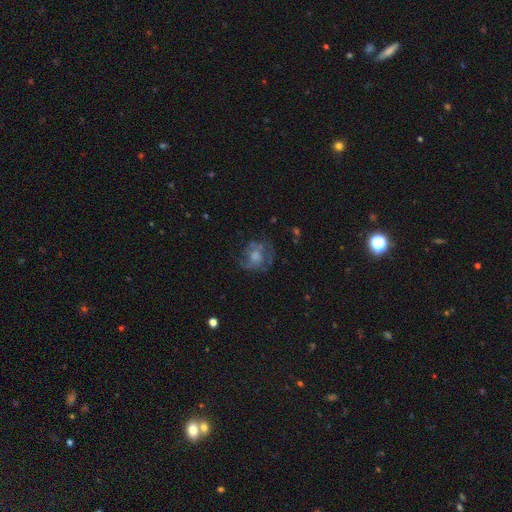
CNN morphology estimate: smooth-or-featured: featured or disk: 53% | smooth: 38% | star or artifact: 9%
  disk-edge-on: no: 97% | yes: 3%
    bar: no: 79% | weak: 18% | strong: 3%
    has-spiral-arms: yes: 58% | no: 42%
    bulge-size: moderate: 40% | large: 21% | small: 20% | none: 16% | dominant: 2%
  merging: none: 56% | minor disturbance: 21% | major disturbance: 21% | merger: 2%